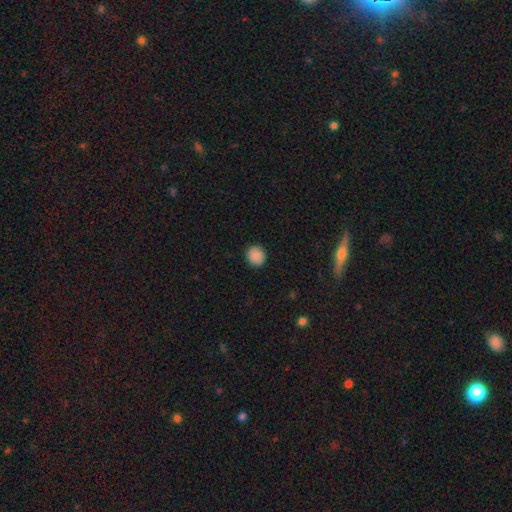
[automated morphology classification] A smooth galaxy with no disk features (88%) that is round (84%). Merging: none (90%).